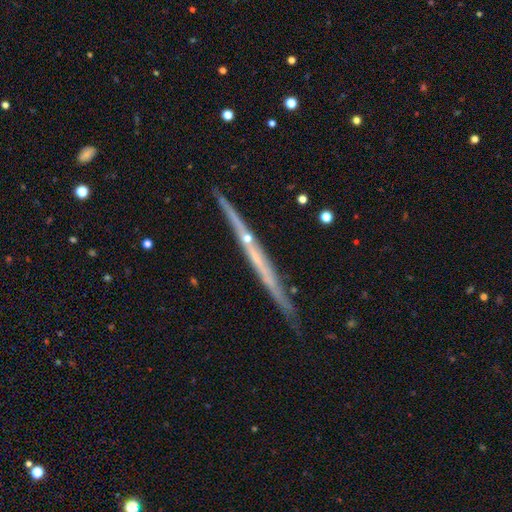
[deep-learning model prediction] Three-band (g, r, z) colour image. It shows a featured or disk galaxy (69%) viewed edge-on (97%) with no central bulge (79%). Merging: none (86%).